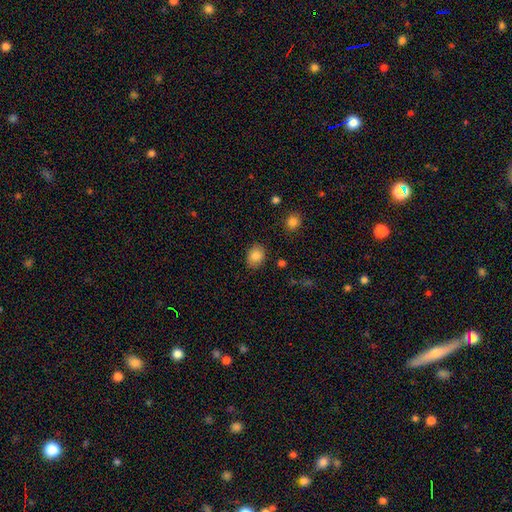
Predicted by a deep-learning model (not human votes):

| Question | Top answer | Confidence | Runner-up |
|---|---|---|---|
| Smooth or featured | smooth | 86% | star or artifact (9%) |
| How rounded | in between | 56% | round (43%) |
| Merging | none | 84% | minor disturbance (12%) |